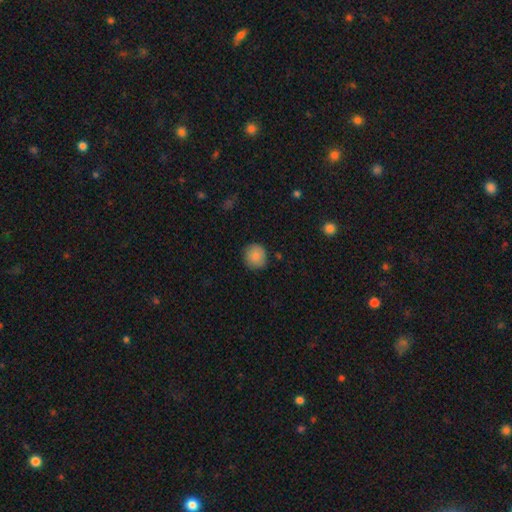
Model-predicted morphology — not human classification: Smooth or featured?
  - smooth: 86% *
  - star or artifact: 8%
  - featured or disk: 6%
How rounded?
  - round: 89% *
  - in between: 10%
  - cigar-shaped: 1%
Merging?
  - none: 86% *
  - minor disturbance: 11%
  - major disturbance: 2%
  - merger: 1%